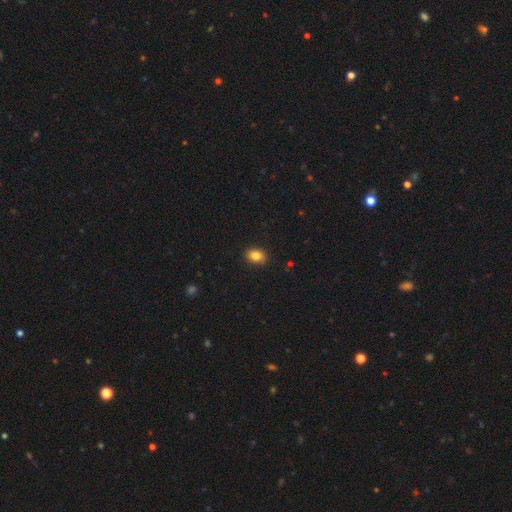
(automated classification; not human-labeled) Q: Smooth or featured?
A: smooth (84%); runner-up: star or artifact (9%)
Q: How rounded?
A: in between (74%); runner-up: round (25%)
Q: Merging?
A: none (89%); runner-up: minor disturbance (8%)